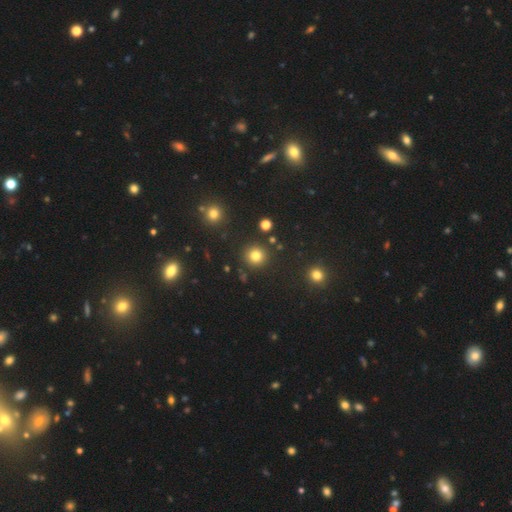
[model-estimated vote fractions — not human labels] smooth_or_featured: smooth (p=0.79) [alt: star or artifact p=0.15]
how_rounded: round (p=0.94) [alt: in between p=0.05]
merging: none (p=0.89) [alt: minor disturbance p=0.05]